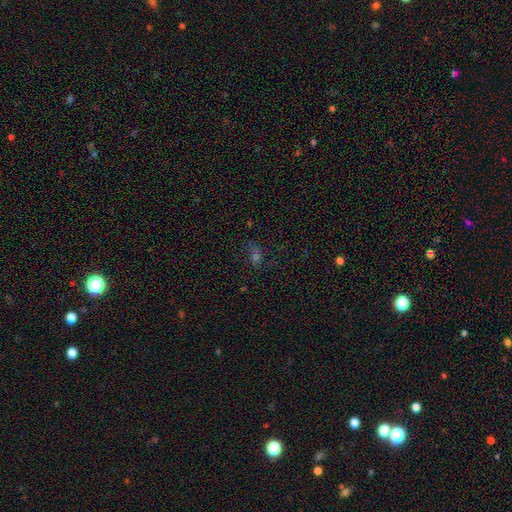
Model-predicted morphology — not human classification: Q: Smooth or featured?
A: smooth (42%); runner-up: star or artifact (36%)
Q: Merging?
A: none (63%); runner-up: minor disturbance (19%)